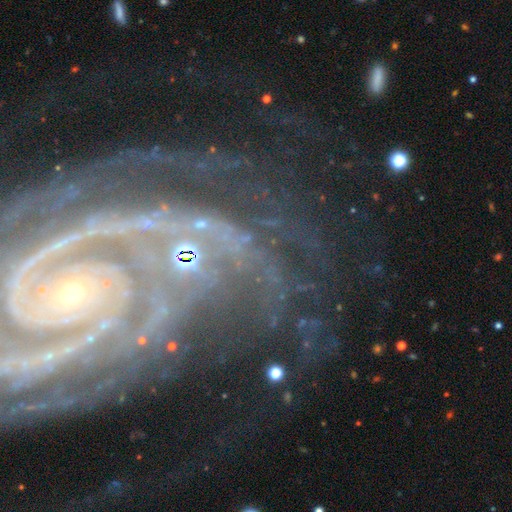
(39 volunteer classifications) Smooth or featured: featured or disk — 90% (star or artifact — 8%)
Edge-on disk: no — 97% (yes — 3%)
Bar: no — 62% (weak — 21%)
Spiral arms: yes — 100%
Spiral winding: tight — 50% (medium — 44%)
Spiral arm count: 2 — 74% (can't tell — 12%)
Bulge size: small — 91% (large — 3%)
Merging: none — 56% (minor disturbance — 19%)